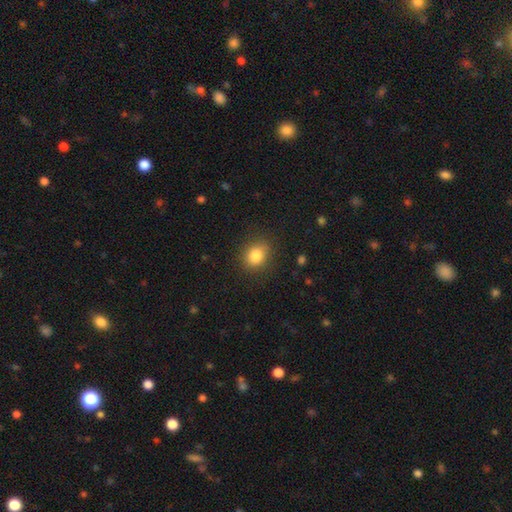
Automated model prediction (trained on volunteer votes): Smooth or featured: smooth — 84% (star or artifact — 10%)
How rounded: round — 58% (in between — 41%)
Merging: none — 85% (minor disturbance — 10%)